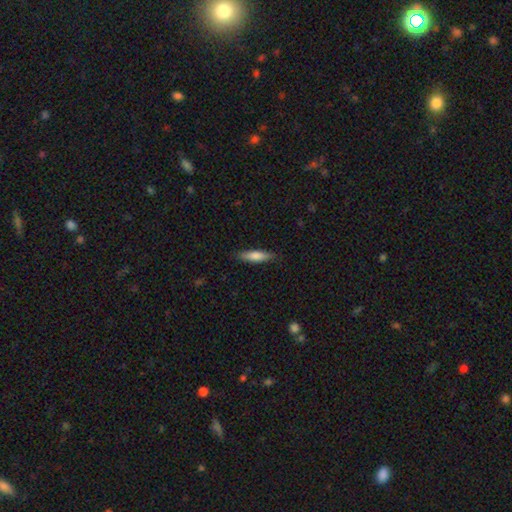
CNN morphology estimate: Q: Smooth or featured?
A: smooth (76%); runner-up: featured or disk (18%)
Q: How rounded?
A: cigar-shaped (72%); runner-up: in between (26%)
Q: Merging?
A: none (87%); runner-up: minor disturbance (10%)